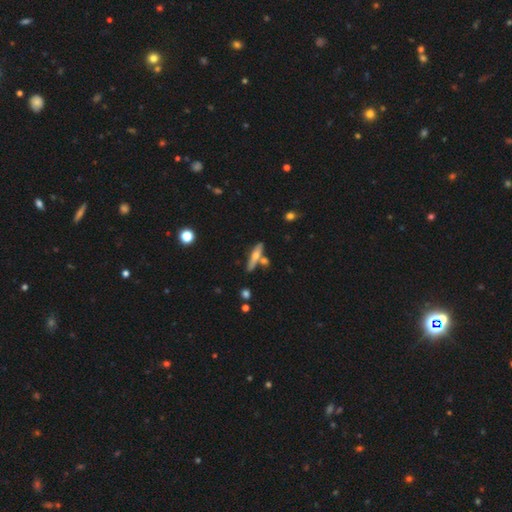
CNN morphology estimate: smooth-or-featured: featured or disk: 48% | smooth: 44% | star or artifact: 7%
  merging: none: 68% | merger: 17% | minor disturbance: 12% | major disturbance: 3%